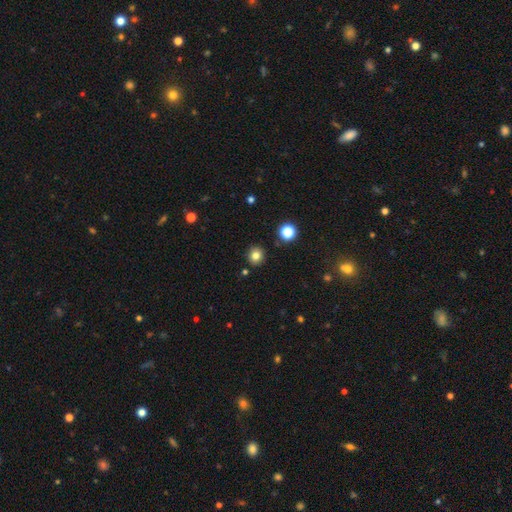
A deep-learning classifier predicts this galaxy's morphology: smooth 81%, star or artifact 13%, featured or disk 6%. Down the decision tree: how rounded — round (90%); merging — none (89%).